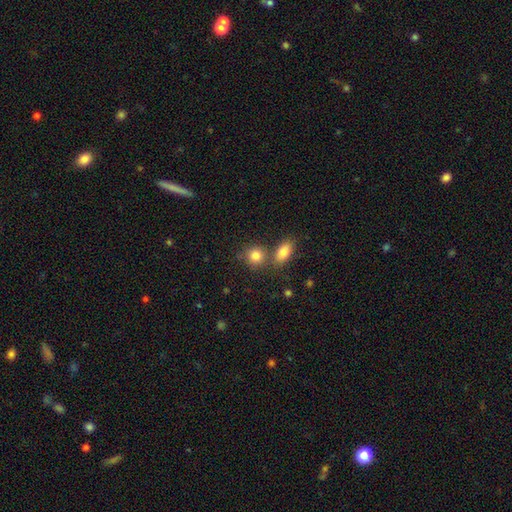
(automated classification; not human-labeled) The model was most divided on "merging": none: 59%, merger: 27%, minor disturbance: 10%, major disturbance: 3%. More confident: smooth or featured — smooth (83%); how rounded — round (73%).